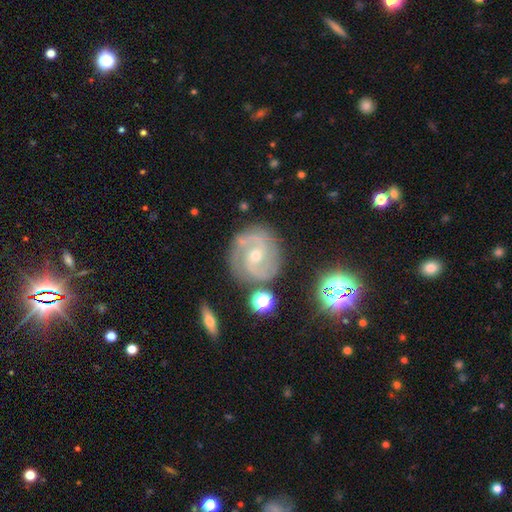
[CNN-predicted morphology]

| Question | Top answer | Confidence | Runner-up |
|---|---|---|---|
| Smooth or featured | featured or disk | 87% | star or artifact (7%) |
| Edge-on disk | no | 97% | yes (3%) |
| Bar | no | 50% | weak (39%) |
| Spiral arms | yes | 97% | no (3%) |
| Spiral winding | tight | 47% | medium (44%) |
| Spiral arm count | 2 | 74% | 3 (12%) |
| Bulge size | small | 52% | moderate (45%) |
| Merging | none | 77% | minor disturbance (14%) |